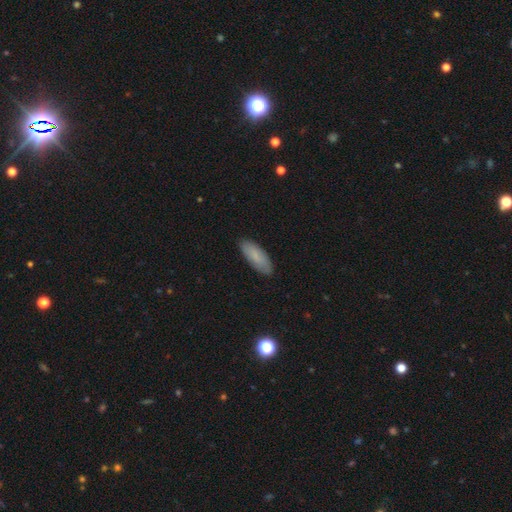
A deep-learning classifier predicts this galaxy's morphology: smooth_or_featured: smooth (p=0.83) [alt: featured or disk p=0.10]
how_rounded: in between (p=0.70) [alt: cigar-shaped p=0.29]
merging: none (p=0.87) [alt: minor disturbance p=0.10]